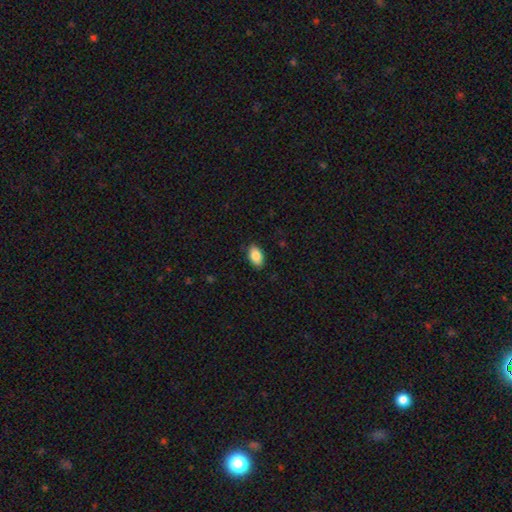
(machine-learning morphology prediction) Smooth or featured: smooth — 87% (star or artifact — 7%)
How rounded: in between — 93% (round — 5%)
Merging: none — 87% (minor disturbance — 10%)